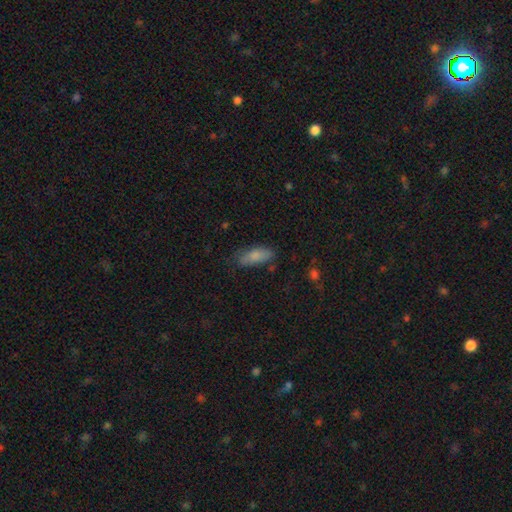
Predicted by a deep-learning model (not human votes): Smooth or featured? smooth (81%)
How rounded? in between (72%)
Merging? none (68%)